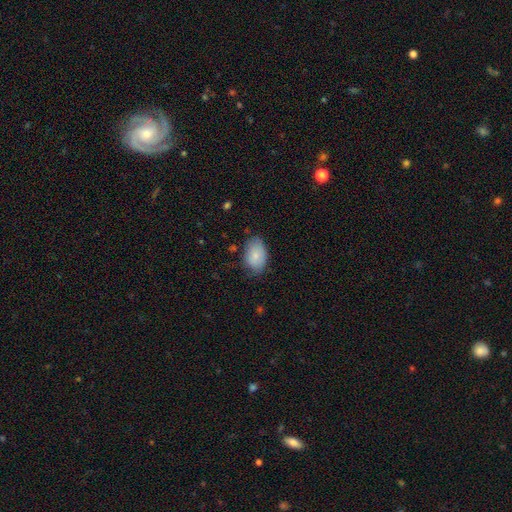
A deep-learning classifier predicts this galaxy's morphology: type=smooth (83%); roundness=in between (90%); merging=none (68%).